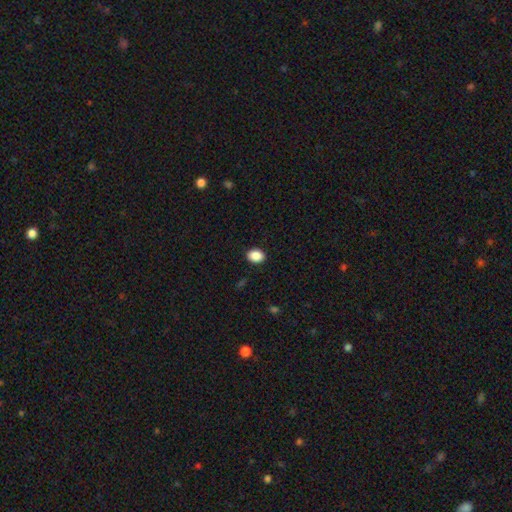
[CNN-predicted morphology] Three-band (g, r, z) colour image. It shows a smooth galaxy with no disk features (89%) that is in between round and cigar-shaped (64%). Merging: none (90%).